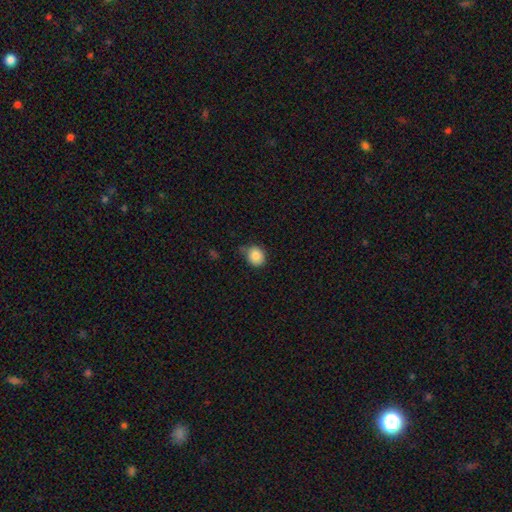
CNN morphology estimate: smooth-or-featured: smooth: 84% | star or artifact: 9% | featured or disk: 7%
  how-rounded: round: 72% | in between: 27% | cigar-shaped: 1%
  merging: none: 63% | minor disturbance: 27% | major disturbance: 6% | merger: 3%